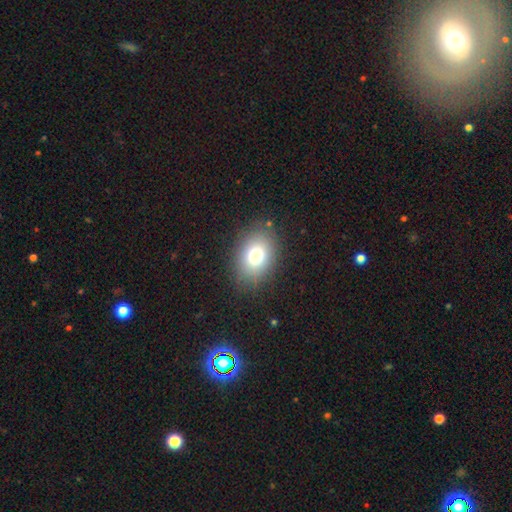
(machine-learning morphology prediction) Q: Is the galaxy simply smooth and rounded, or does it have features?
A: smooth — 76%.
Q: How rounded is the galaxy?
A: in between — 69%.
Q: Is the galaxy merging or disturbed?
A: none — 85%.